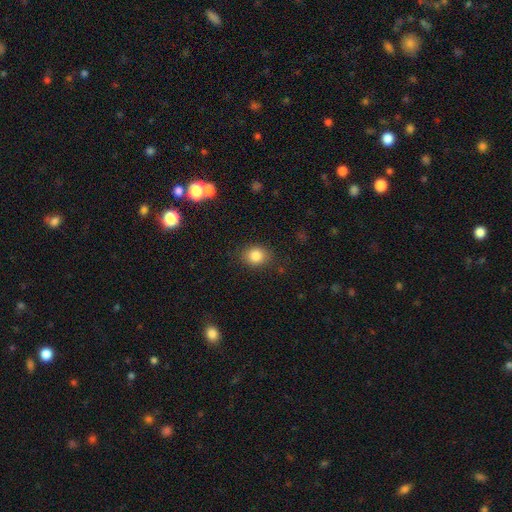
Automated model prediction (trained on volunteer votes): A smooth galaxy with no disk features (83%) that is round (60%).

Vote fractions:
- Smooth or featured? smooth: 83% / star or artifact: 10% / featured or disk: 6%
- How rounded? round: 60% / in between: 39% / cigar-shaped: 1%
- Merging? none: 85% / minor disturbance: 10% / major disturbance: 3% / merger: 1%